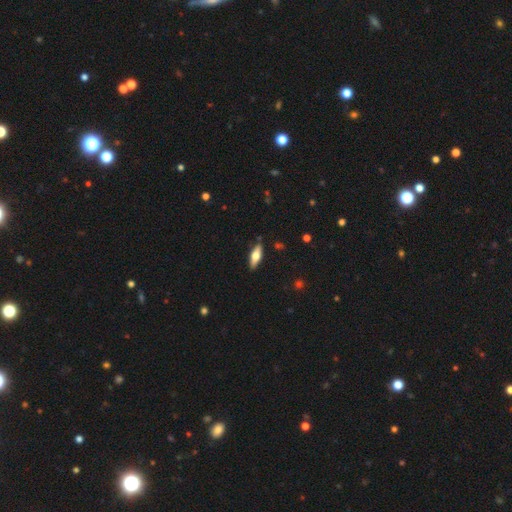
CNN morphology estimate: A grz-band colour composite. It shows a smooth galaxy with no disk features (52%) that is in between round and cigar-shaped (57%). Merging: none (87%).